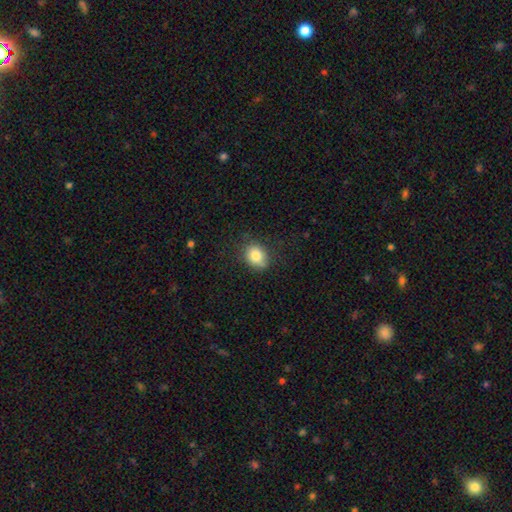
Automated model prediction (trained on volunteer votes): The model was most divided on "how rounded": in between: 51%, round: 48%, cigar-shaped: 1%. More confident: smooth or featured — smooth (83%); merging — none (75%).